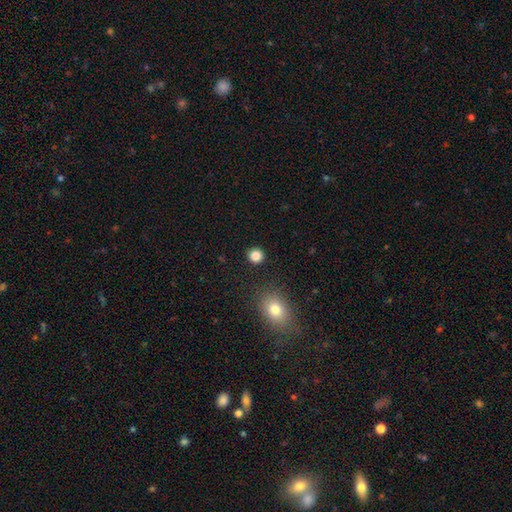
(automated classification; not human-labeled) Morphology: type=smooth (85%); roundness=round (91%); merging=none (91%).